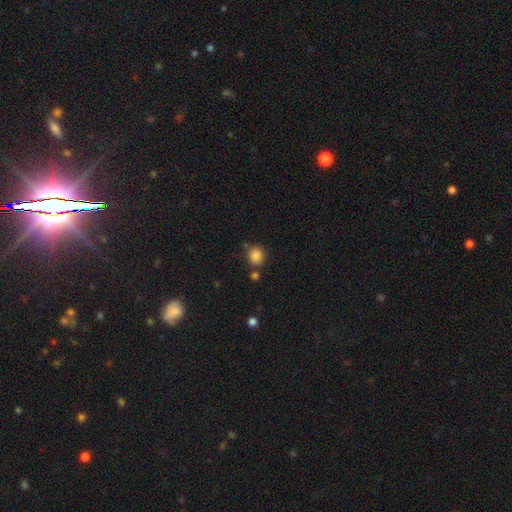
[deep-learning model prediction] Morphology: type=smooth (85%); roundness=round (82%); merging=none (75%).